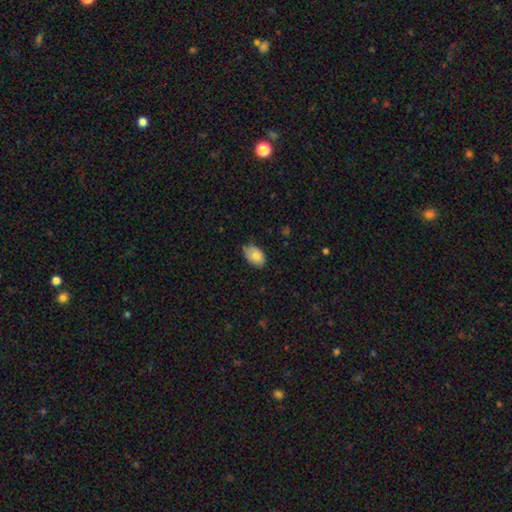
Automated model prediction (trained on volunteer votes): Smooth or featured? smooth (82%)
How rounded? in between (88%)
Merging? none (72%)